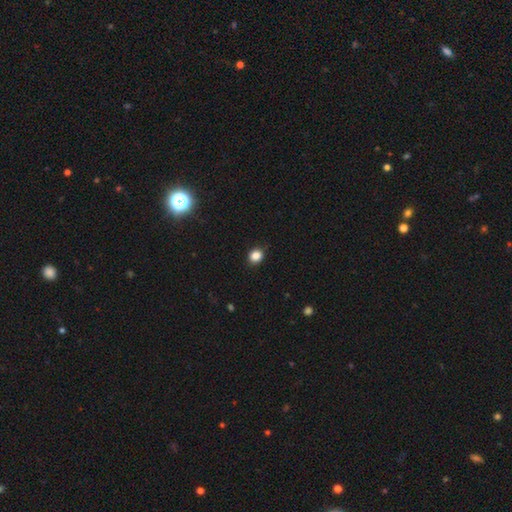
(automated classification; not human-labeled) smooth-or-featured: smooth: 85% | star or artifact: 11% | featured or disk: 4%
  how-rounded: round: 67% | in between: 32% | cigar-shaped: 1%
  merging: none: 88% | minor disturbance: 9% | major disturbance: 2% | merger: 1%